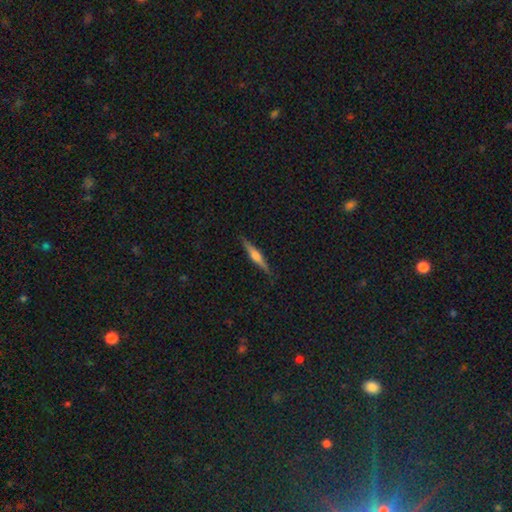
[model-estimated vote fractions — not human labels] This is likely a featured or disk galaxy (65%). It is clearly viewed edge-on (97%). Edge-on bulge: clearly rounded (85%). Merging: clearly none (89%).